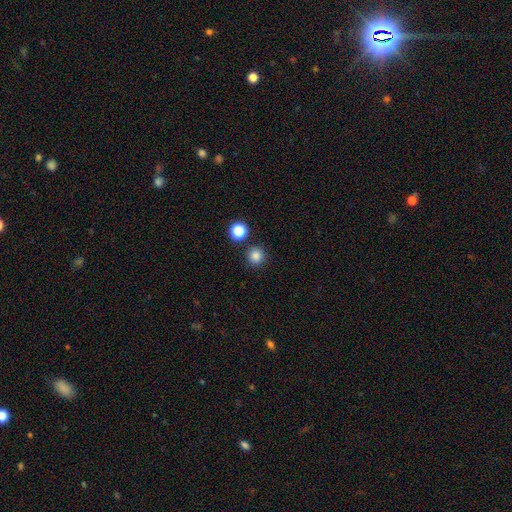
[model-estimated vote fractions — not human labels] This is clearly a smooth galaxy (83%). How rounded: clearly round (95%). Merging: clearly none (87%).